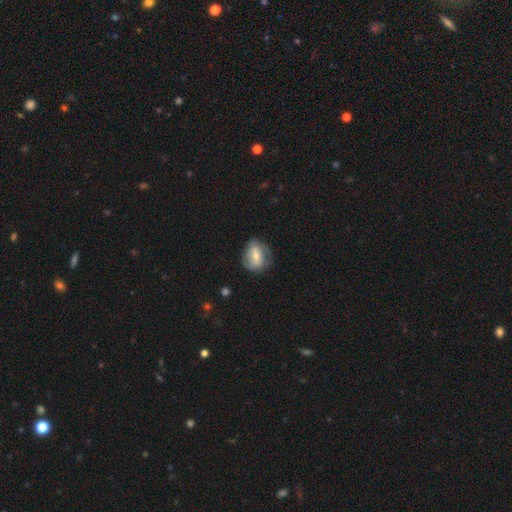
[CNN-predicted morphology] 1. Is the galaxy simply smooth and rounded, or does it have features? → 47% featured or disk, 46% smooth, 7% star or artifact.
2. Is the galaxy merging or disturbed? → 65% none, 24% minor disturbance, 10% major disturbance, 1% merger.